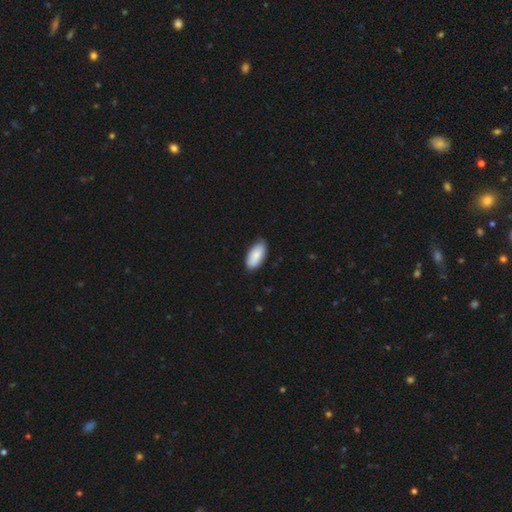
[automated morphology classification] This appears to be a smooth galaxy with no disk features (84%) that is in between round and cigar-shaped (93%). Merging: none (82%).